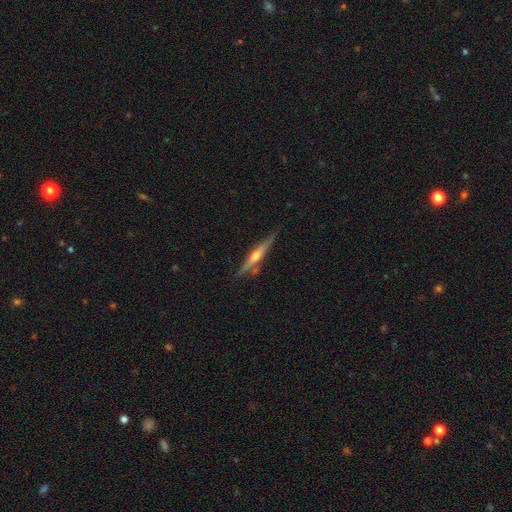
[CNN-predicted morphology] smooth-or-featured: featured or disk: 75% | smooth: 19% | star or artifact: 6%
  disk-edge-on: yes: 97% | no: 3%
    edge-on-bulge: rounded: 87% | none: 8% | boxy: 5%
  merging: none: 82% | minor disturbance: 12% | merger: 4% | major disturbance: 2%